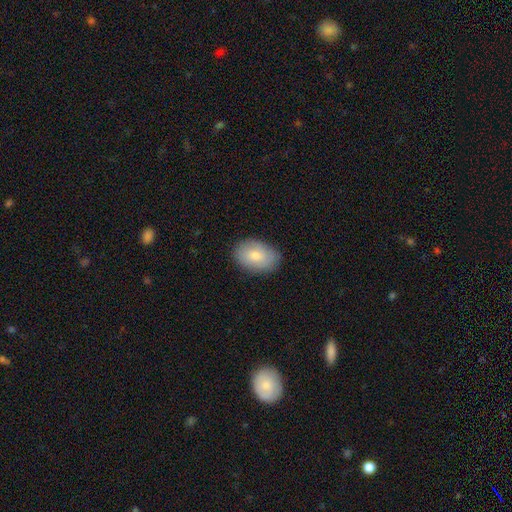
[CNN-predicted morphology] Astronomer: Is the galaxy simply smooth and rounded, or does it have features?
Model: smooth — 75%.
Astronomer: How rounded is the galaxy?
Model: in between — 86%.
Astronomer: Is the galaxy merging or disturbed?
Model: none — 84%.